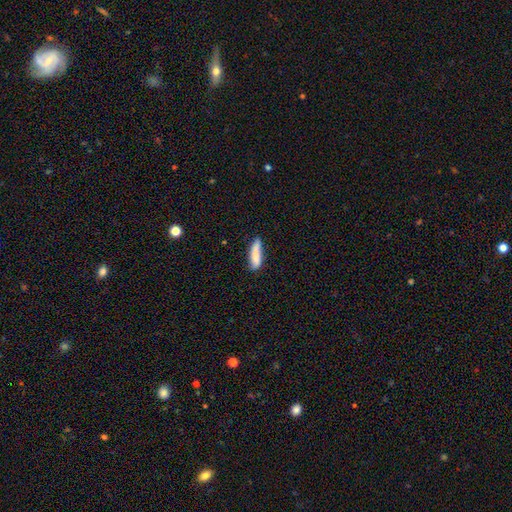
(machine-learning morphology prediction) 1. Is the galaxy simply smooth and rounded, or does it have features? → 73% smooth, 21% featured or disk, 6% star or artifact.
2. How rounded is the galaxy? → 62% cigar-shaped, 36% in between, 2% round.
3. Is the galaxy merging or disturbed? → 60% none, 29% minor disturbance, 7% major disturbance, 4% merger.